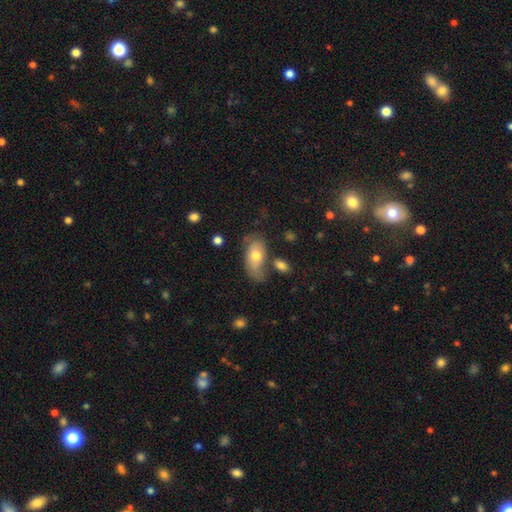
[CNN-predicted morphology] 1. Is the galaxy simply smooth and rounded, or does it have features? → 65% smooth, 28% featured or disk, 7% star or artifact.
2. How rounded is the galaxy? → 91% in between, 5% round, 4% cigar-shaped.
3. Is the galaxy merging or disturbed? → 47% none, 27% minor disturbance, 14% major disturbance, 12% merger.